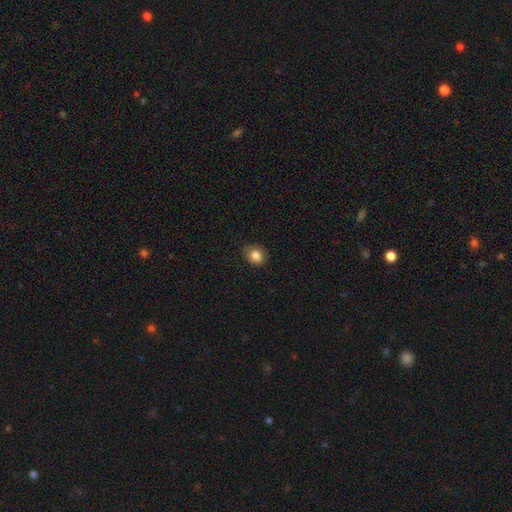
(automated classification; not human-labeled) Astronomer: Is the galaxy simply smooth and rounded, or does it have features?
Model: smooth — 84%.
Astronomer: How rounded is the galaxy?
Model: round — 66%.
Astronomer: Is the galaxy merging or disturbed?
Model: none — 82%.